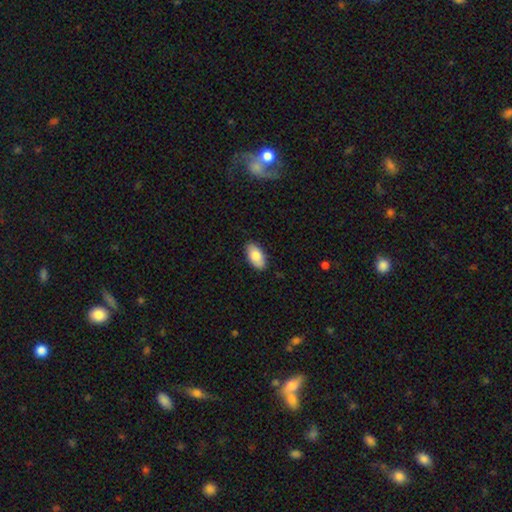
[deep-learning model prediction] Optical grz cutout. It shows a smooth galaxy with no disk features (81%) that is in between round and cigar-shaped (95%). Merging: none (87%).